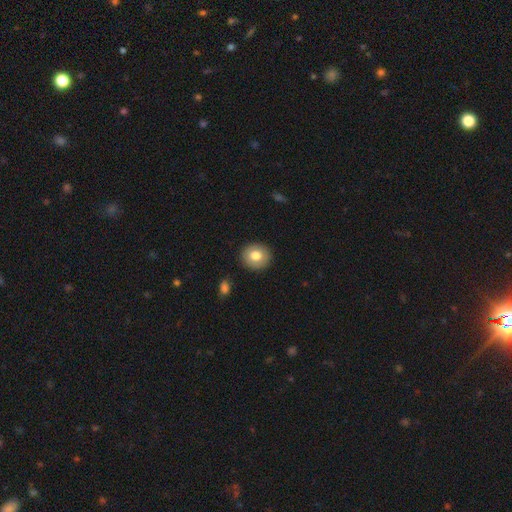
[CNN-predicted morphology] The model was most divided on "smooth or featured": smooth: 78%, featured or disk: 13%, star or artifact: 8%. More confident: merging — none (90%); how rounded — round (83%).